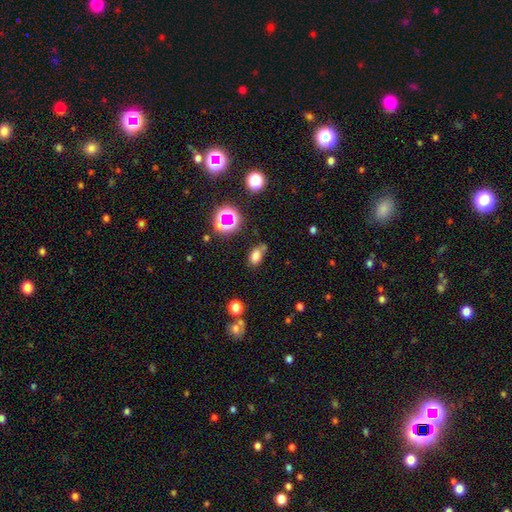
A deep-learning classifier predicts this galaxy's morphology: Smooth or featured? smooth (73%)
How rounded? in between (84%)
Merging? none (57%)